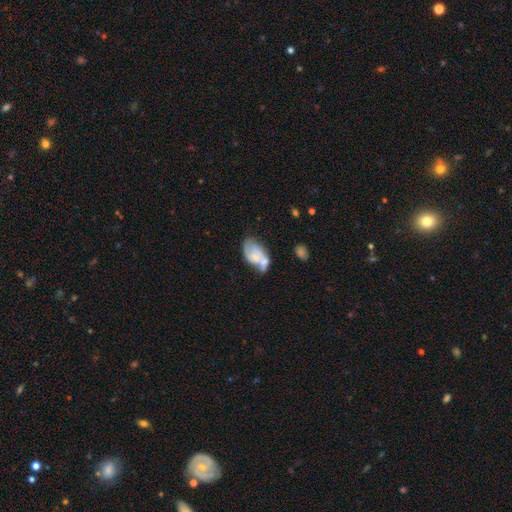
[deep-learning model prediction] Smooth or featured? Predicted: featured or disk (p=0.48). Merging? Predicted: merger (p=0.39).